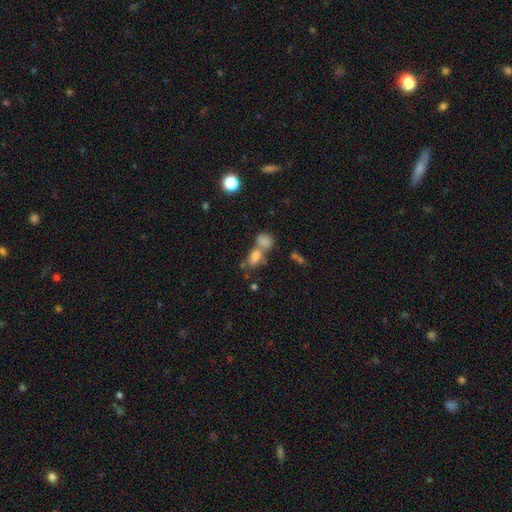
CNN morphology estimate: type=smooth (72%); roundness=in between (78%); merging=merger (47%).